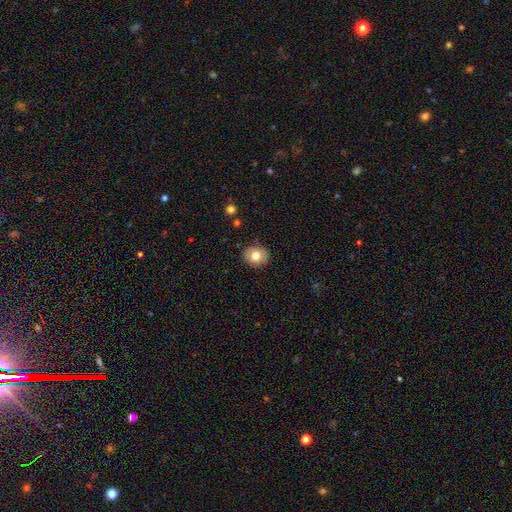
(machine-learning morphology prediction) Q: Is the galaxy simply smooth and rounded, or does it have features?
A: smooth — 78%.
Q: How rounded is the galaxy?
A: round — 71%.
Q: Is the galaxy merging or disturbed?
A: none — 87%.